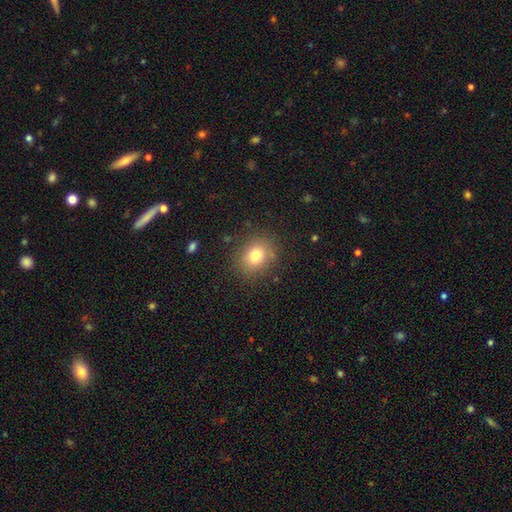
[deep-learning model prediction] Smooth or featured?
  - smooth: 78% *
  - star or artifact: 12%
  - featured or disk: 10%
How rounded?
  - round: 65% *
  - in between: 34%
  - cigar-shaped: 1%
Merging?
  - none: 83% *
  - minor disturbance: 11%
  - major disturbance: 4%
  - merger: 2%